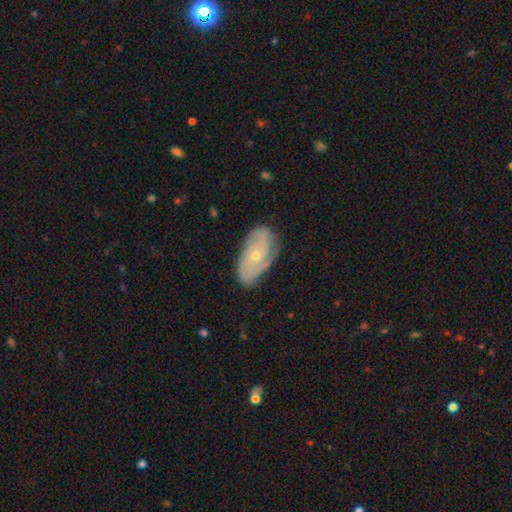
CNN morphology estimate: type=featured or disk (73%); edge-on=no (94%); bar=no (75%); spiral arms=yes (90%); winding=tight (51%); arm count=2 (52%); bulge=small (69%); merging=none (75%).